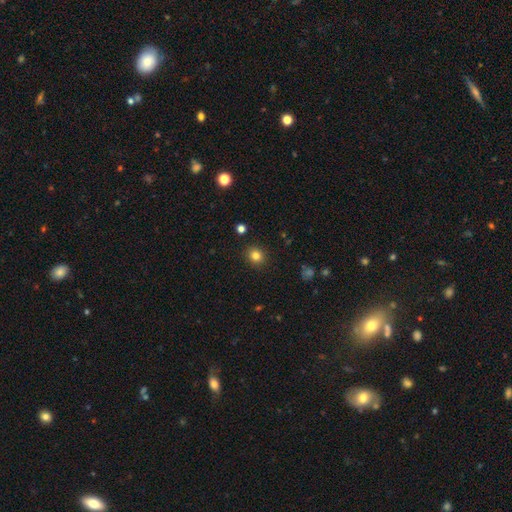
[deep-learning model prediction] Smooth or featured?
  - smooth: 81% *
  - star or artifact: 13%
  - featured or disk: 6%
How rounded?
  - round: 84% *
  - in between: 16%
  - cigar-shaped: 1%
Merging?
  - none: 90% *
  - minor disturbance: 6%
  - major disturbance: 2%
  - merger: 1%